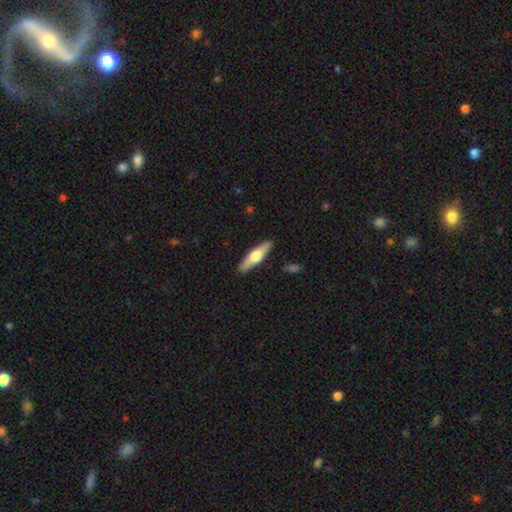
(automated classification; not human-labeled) A featured or disk galaxy (52%) viewed edge-on (94%).

Vote fractions:
- Smooth or featured? featured or disk: 52% / smooth: 43% / star or artifact: 5%
- Edge-on disk? yes: 94% / no: 6%
- Merging? none: 90% / minor disturbance: 8% / major disturbance: 2% / merger: 1%